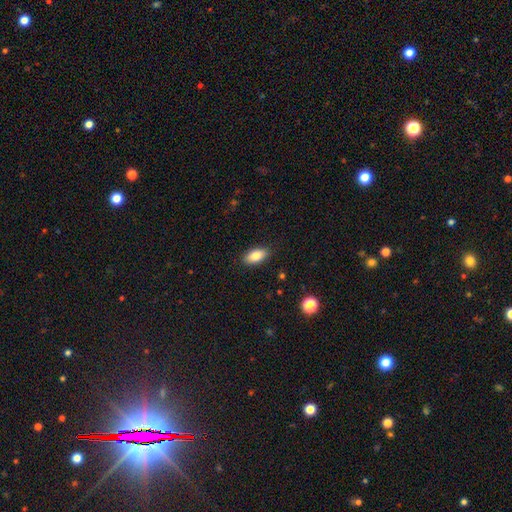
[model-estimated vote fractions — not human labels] Smooth or featured? Predicted: smooth (p=0.83). How rounded? Predicted: in between (p=0.91). Merging? Predicted: none (p=0.89).